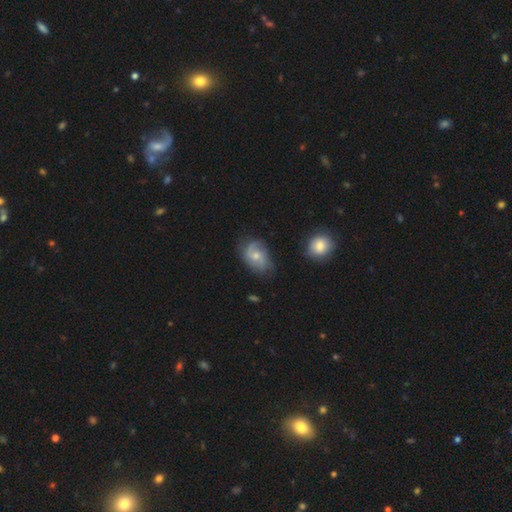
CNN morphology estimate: This is likely a featured or disk galaxy (60%). It is clearly not viewed edge-on (97%). Bar: likely no (62%). Spiral arm pattern: clearly yes (86%). Spiral arm count: likely 2 (62%). Spiral winding: marginally medium (42%). Central bulge: possibly moderate (55%). Merging: possibly none (57%).